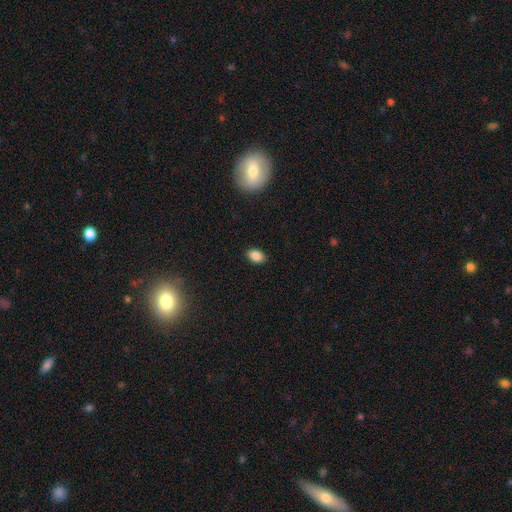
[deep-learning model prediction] smooth 87%, star or artifact 9%, featured or disk 4%. Down the decision tree: how rounded — in between (84%); merging — none (87%).